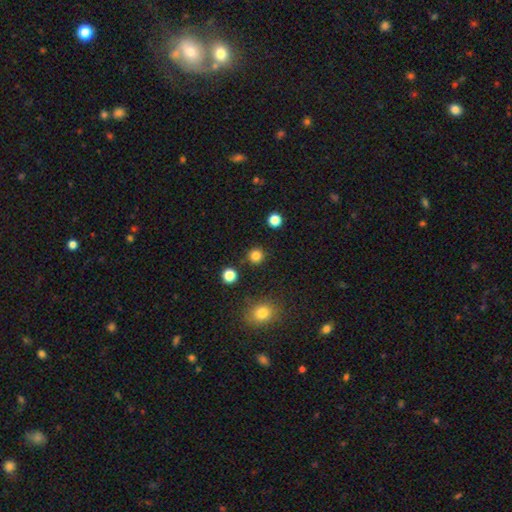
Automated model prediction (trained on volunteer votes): smooth-or-featured: smooth: 82% | star or artifact: 14% | featured or disk: 4%
  how-rounded: round: 94% | in between: 5% | cigar-shaped: 1%
  merging: none: 89% | minor disturbance: 6% | merger: 3% | major disturbance: 2%